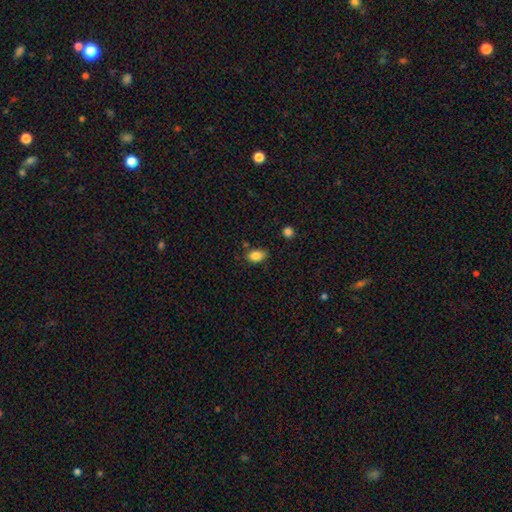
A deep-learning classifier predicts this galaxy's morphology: A smooth galaxy with no disk features (85%) that is in between round and cigar-shaped (84%).

Vote fractions:
- Smooth or featured? smooth: 85% / star or artifact: 9% / featured or disk: 6%
- How rounded? in between: 84% / round: 14% / cigar-shaped: 2%
- Merging? none: 74% / minor disturbance: 18% / merger: 4% / major disturbance: 4%